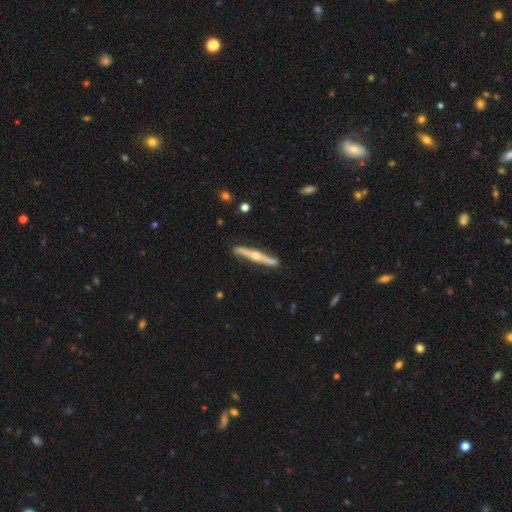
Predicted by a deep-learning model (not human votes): Morphology: type=featured or disk (78%); edge-on=yes (96%); edge-on bulge=rounded (91%); merging=none (88%).